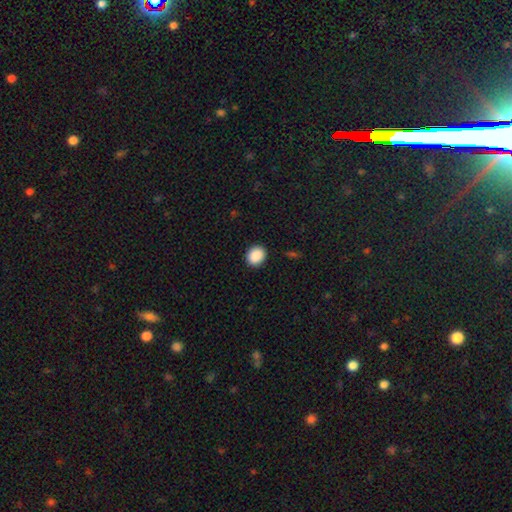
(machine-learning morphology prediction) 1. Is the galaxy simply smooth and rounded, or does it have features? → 89% smooth, 8% star or artifact, 3% featured or disk.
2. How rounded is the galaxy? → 70% round, 29% in between, 1% cigar-shaped.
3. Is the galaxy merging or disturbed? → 91% none, 6% minor disturbance, 2% major disturbance, 1% merger.